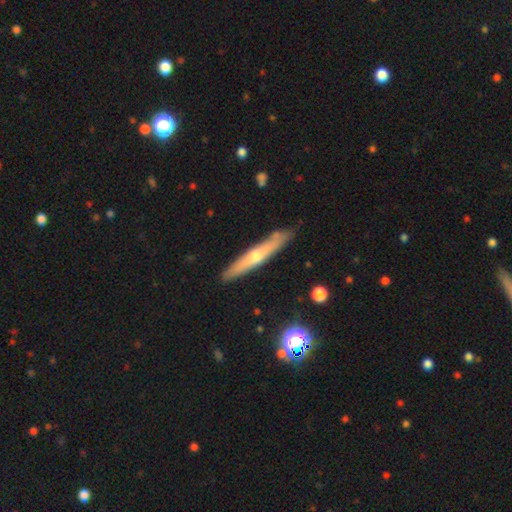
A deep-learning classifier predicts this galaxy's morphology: Smooth or featured?
  - featured or disk: 59% *
  - smooth: 34%
  - star or artifact: 8%
Edge-on disk?
  - yes: 90% *
  - no: 10%
Edge-on bulge?
  - rounded: 79% *
  - none: 19%
  - boxy: 2%
Merging?
  - none: 89% *
  - minor disturbance: 8%
  - major disturbance: 2%
  - merger: 1%